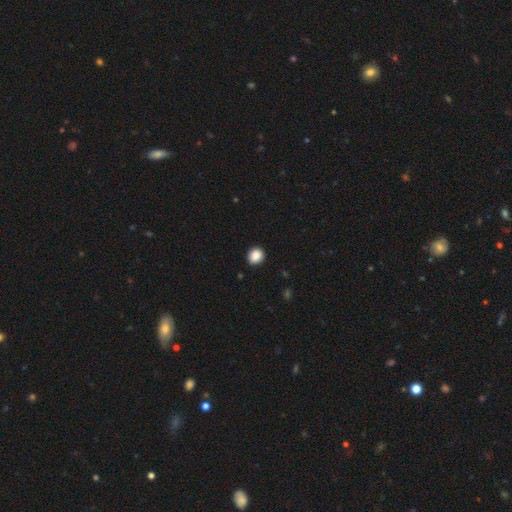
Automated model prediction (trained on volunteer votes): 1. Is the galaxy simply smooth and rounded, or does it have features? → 88% smooth, 9% star or artifact, 3% featured or disk.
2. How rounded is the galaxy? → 69% round, 30% in between, 1% cigar-shaped.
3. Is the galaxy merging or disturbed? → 89% none, 8% minor disturbance, 2% major disturbance, 1% merger.